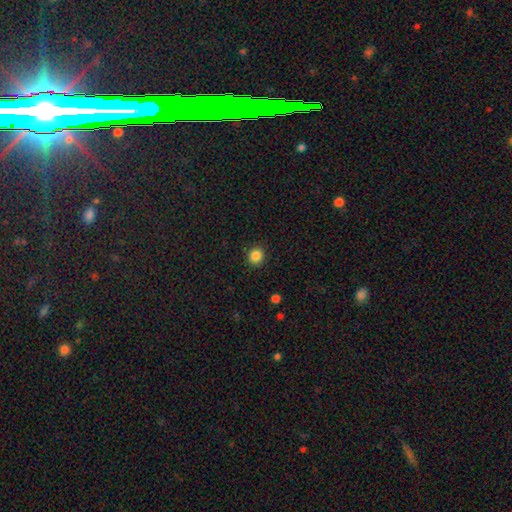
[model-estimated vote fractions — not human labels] Smooth or featured? smooth (85%)
How rounded? round (91%)
Merging? none (91%)